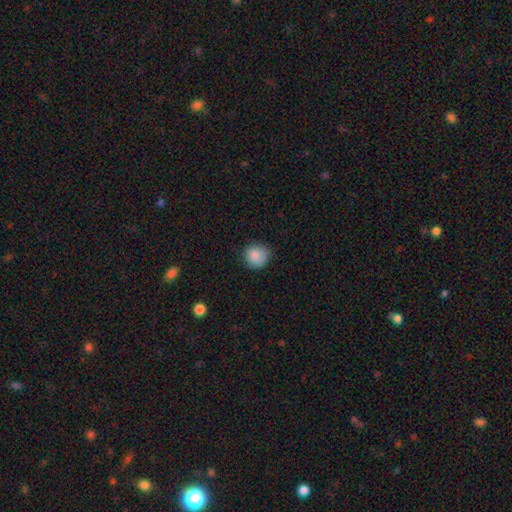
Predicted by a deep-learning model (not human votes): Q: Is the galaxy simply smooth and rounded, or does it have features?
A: smooth — 86%.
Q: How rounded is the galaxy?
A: round — 88%.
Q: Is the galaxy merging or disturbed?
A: none — 73%.